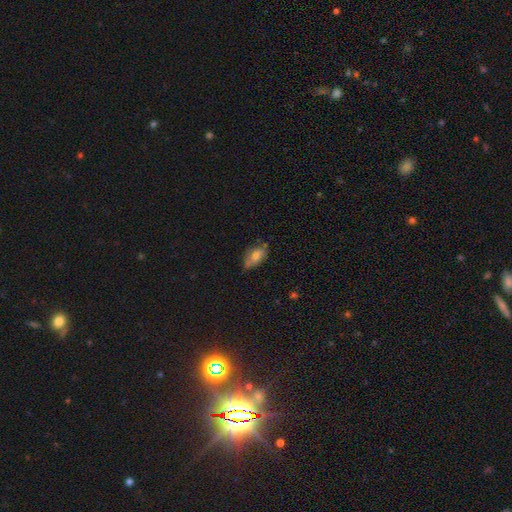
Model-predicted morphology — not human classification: The model was most divided on "merging": none: 53%, minor disturbance: 32%, major disturbance: 11%, merger: 4%. More confident: how rounded — in between (86%); smooth or featured — smooth (55%).